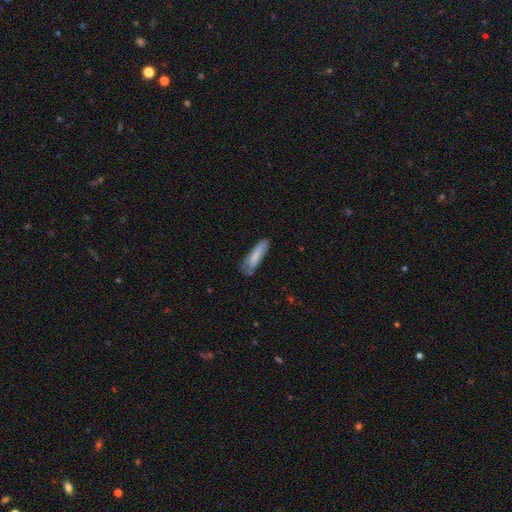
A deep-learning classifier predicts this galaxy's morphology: A smooth galaxy with no disk features (72%) that is cigar-shaped (56%). Merging: none (63%).